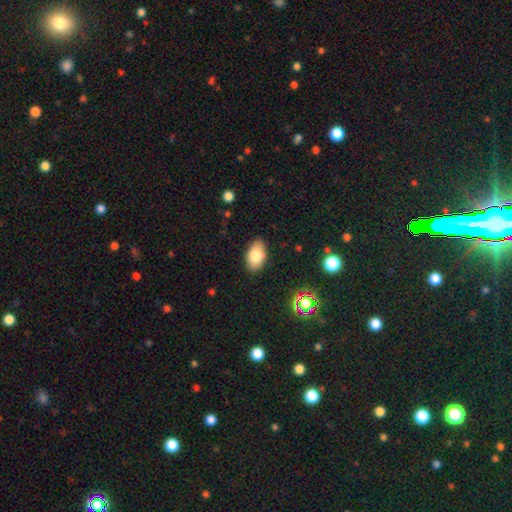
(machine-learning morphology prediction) type=smooth (80%); roundness=in between (93%); merging=none (87%).